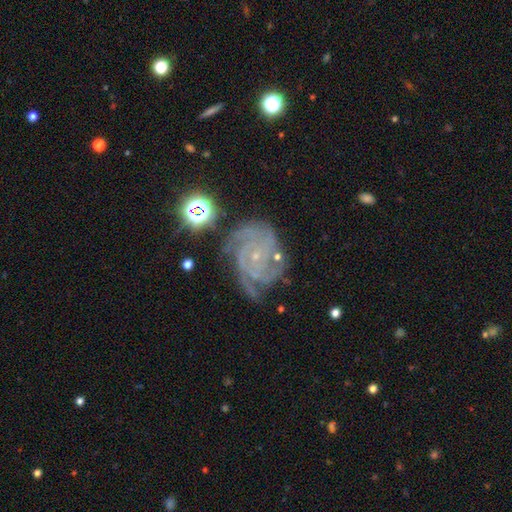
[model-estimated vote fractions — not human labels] Q: Smooth or featured?
A: featured or disk (86%); runner-up: star or artifact (9%)
Q: Edge-on disk?
A: no (98%); runner-up: yes (2%)
Q: Bar?
A: no (72%); runner-up: weak (21%)
Q: Spiral arms?
A: yes (98%); runner-up: no (2%)
Q: Spiral winding?
A: tight (69%); runner-up: medium (27%)
Q: Spiral arm count?
A: 3 (29%); runner-up: 4 (27%)
Q: Bulge size?
A: small (85%); runner-up: moderate (10%)
Q: Merging?
A: none (65%); runner-up: minor disturbance (21%)